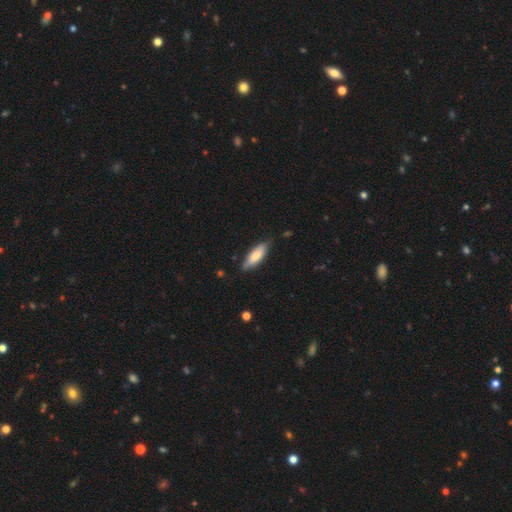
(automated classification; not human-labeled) A smooth galaxy with no disk features (75%) that is in between round and cigar-shaped (58%).

Vote fractions:
- Smooth or featured? smooth: 75% / featured or disk: 20% / star or artifact: 5%
- How rounded? in between: 58% / cigar-shaped: 41% / round: 2%
- Merging? none: 77% / minor disturbance: 18% / major disturbance: 3% / merger: 2%